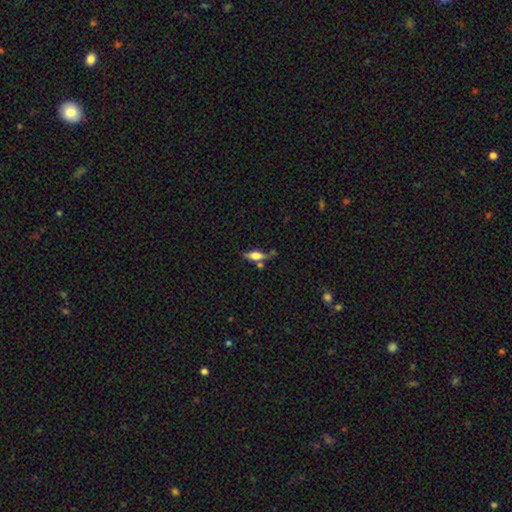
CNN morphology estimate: The model was most divided on "smooth or featured": smooth: 57%, featured or disk: 34%, star or artifact: 9%. More confident: how rounded — in between (62%); merging — none (57%).